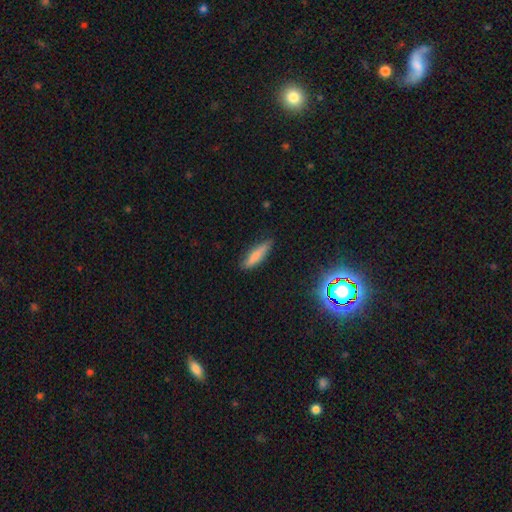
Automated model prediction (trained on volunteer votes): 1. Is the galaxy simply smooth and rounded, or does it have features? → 78% smooth, 14% featured or disk, 8% star or artifact.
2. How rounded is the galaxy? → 76% cigar-shaped, 23% in between, 2% round.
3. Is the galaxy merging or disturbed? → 79% none, 17% minor disturbance, 3% major disturbance, 1% merger.